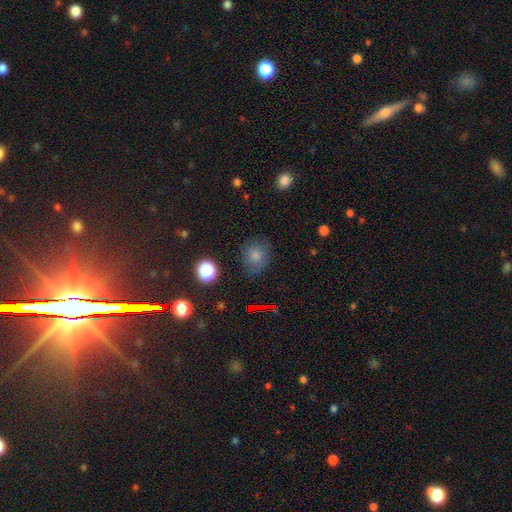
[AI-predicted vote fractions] A smooth galaxy with no disk features (73%) that is round (76%).

Vote fractions:
- Smooth or featured? smooth: 73% / star or artifact: 17% / featured or disk: 10%
- How rounded? round: 76% / in between: 23% / cigar-shaped: 1%
- Merging? none: 78% / minor disturbance: 15% / major disturbance: 5% / merger: 2%